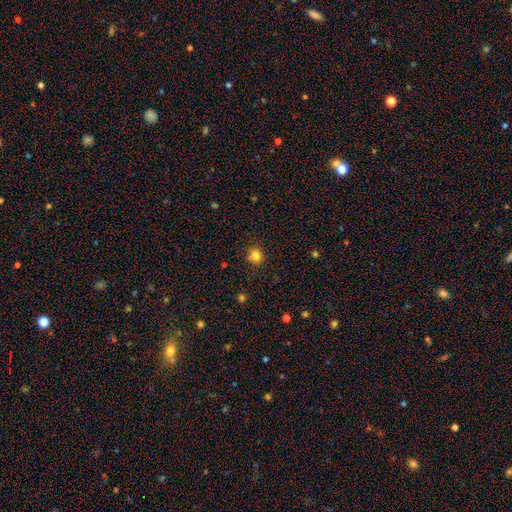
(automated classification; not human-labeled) Q: Smooth or featured?
A: smooth (81%); runner-up: star or artifact (14%)
Q: How rounded?
A: round (80%); runner-up: in between (19%)
Q: Merging?
A: none (81%); runner-up: minor disturbance (13%)